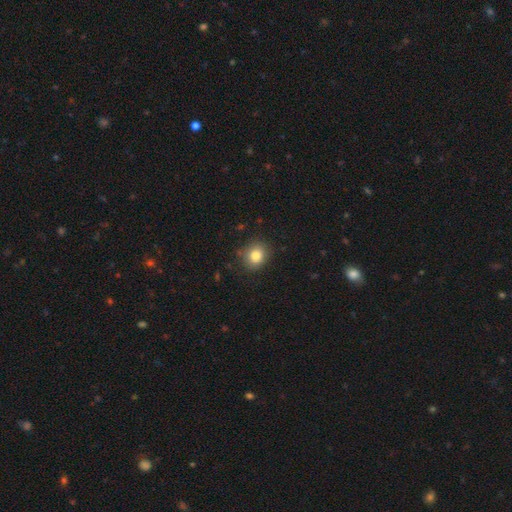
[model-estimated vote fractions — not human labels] Overall: smooth (82%). How rounded: round (73%). Merging: none (85%).